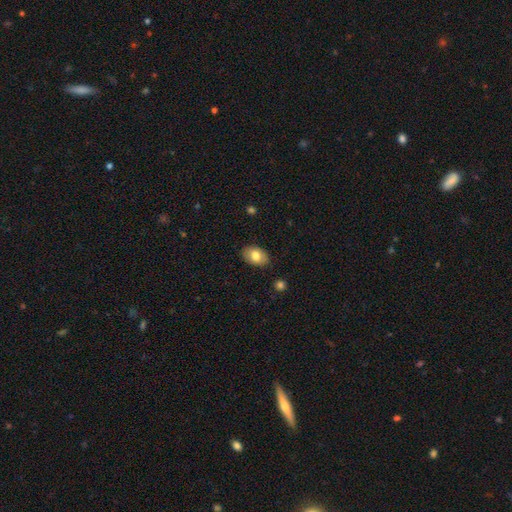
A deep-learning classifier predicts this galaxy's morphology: Q: Smooth or featured?
A: smooth (79%); runner-up: featured or disk (14%)
Q: How rounded?
A: in between (88%); runner-up: round (11%)
Q: Merging?
A: none (87%); runner-up: minor disturbance (9%)